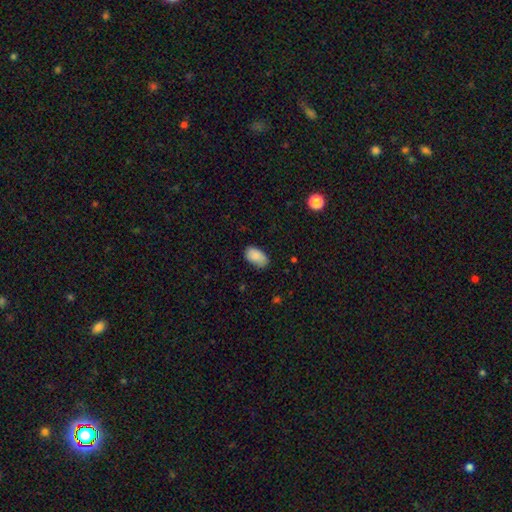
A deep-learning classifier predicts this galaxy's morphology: The model was most divided on "merging": none: 74%, minor disturbance: 21%, major disturbance: 4%, merger: 1%. More confident: how rounded — in between (93%); smooth or featured — smooth (87%).